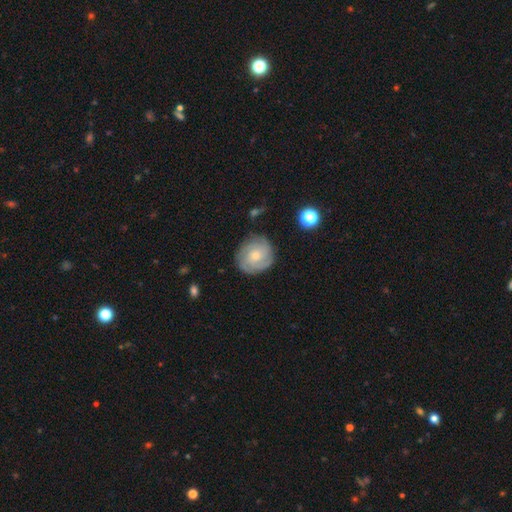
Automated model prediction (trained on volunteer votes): A featured or disk galaxy (68%) with no bar (77%), tight (67%) spiral arms (92%) and a small central bulge (61%). Merging: none (80%).